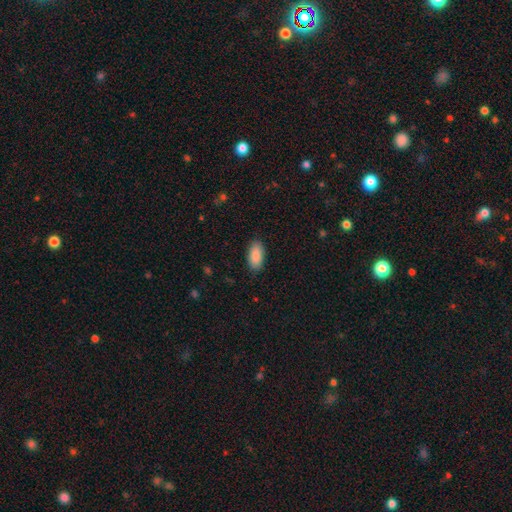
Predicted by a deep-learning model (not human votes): Morphology: type=smooth (89%); roundness=in between (92%); merging=none (88%).